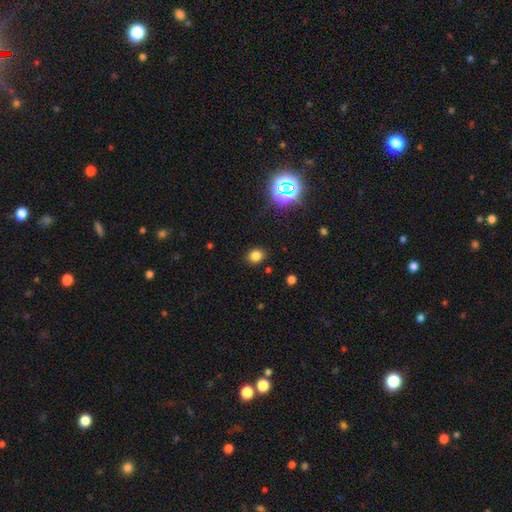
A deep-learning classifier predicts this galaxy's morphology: Smooth or featured: smooth — 78% (star or artifact — 17%)
How rounded: round — 60% (in between — 39%)
Merging: none — 87% (minor disturbance — 9%)